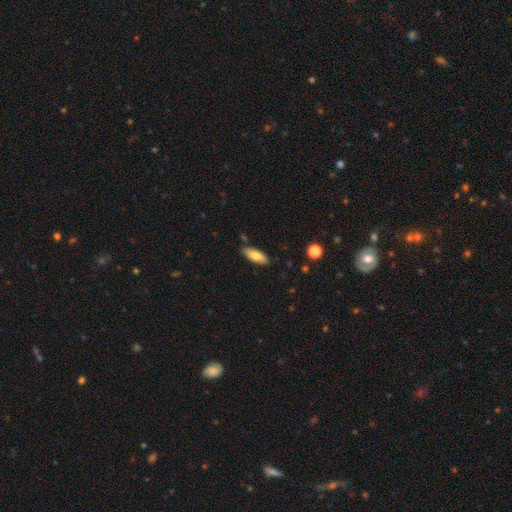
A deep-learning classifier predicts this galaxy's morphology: type=smooth (78%); roundness=in between (72%); merging=none (85%).